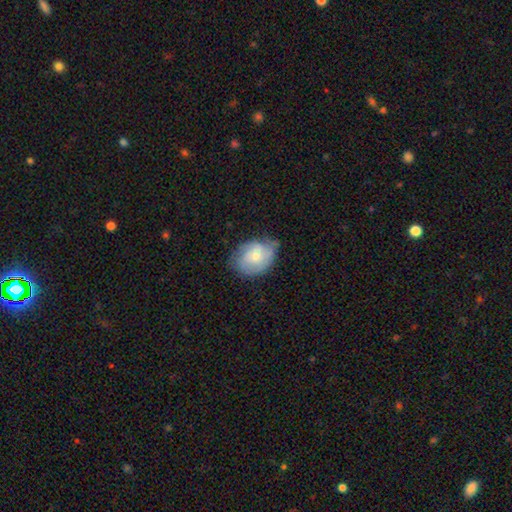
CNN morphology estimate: Smooth or featured: smooth — 56% (featured or disk — 38%)
How rounded: in between — 62% (round — 37%)
Merging: none — 54% (minor disturbance — 34%)